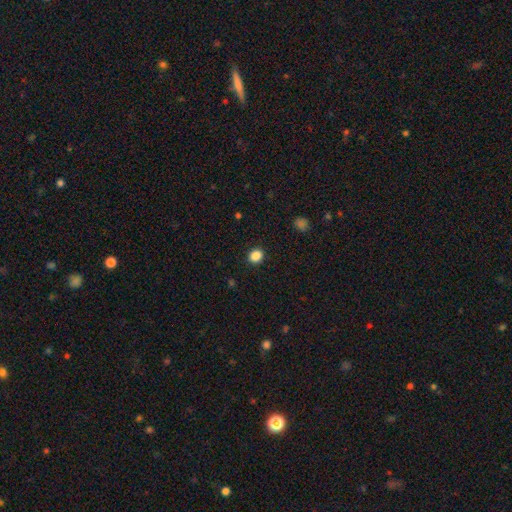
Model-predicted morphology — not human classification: The model was most divided on "how rounded": round: 64%, in between: 35%, cigar-shaped: 1%. More confident: merging — none (91%); smooth or featured — smooth (87%).